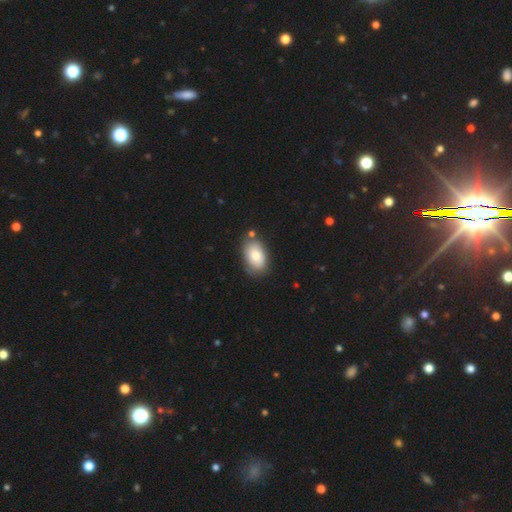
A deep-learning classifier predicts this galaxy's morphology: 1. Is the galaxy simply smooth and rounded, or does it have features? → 72% smooth, 21% featured or disk, 7% star or artifact.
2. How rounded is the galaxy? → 90% in between, 9% round, 1% cigar-shaped.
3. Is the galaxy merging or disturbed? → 73% none, 17% minor disturbance, 6% merger, 4% major disturbance.